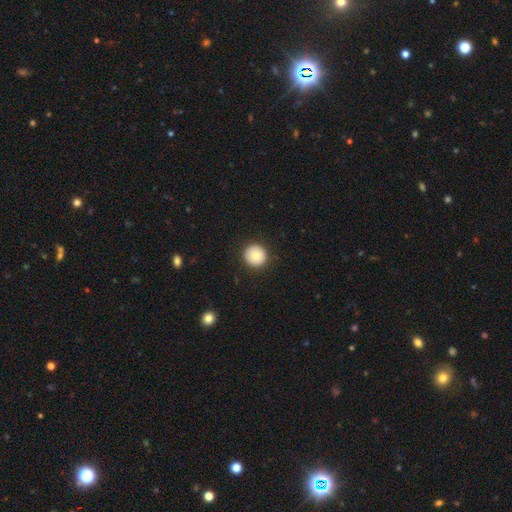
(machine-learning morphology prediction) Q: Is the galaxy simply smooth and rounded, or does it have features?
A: smooth — 81%.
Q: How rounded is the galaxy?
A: round — 95%.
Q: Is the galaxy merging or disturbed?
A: none — 91%.